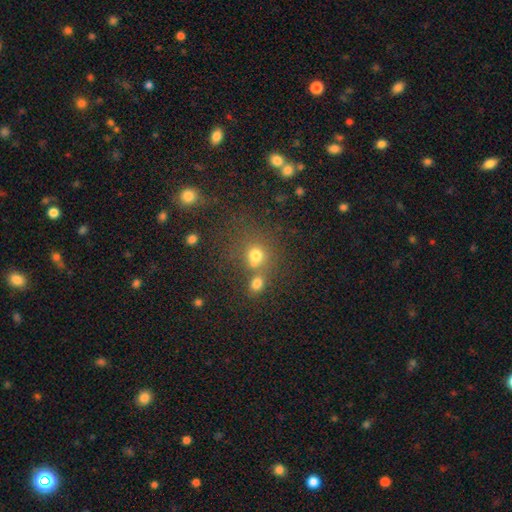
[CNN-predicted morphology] Smooth or featured?
  - smooth: 71% *
  - star or artifact: 18%
  - featured or disk: 10%
How rounded?
  - round: 80% *
  - in between: 19%
  - cigar-shaped: 1%
Merging?
  - none: 49% *
  - merger: 36%
  - minor disturbance: 10%
  - major disturbance: 5%